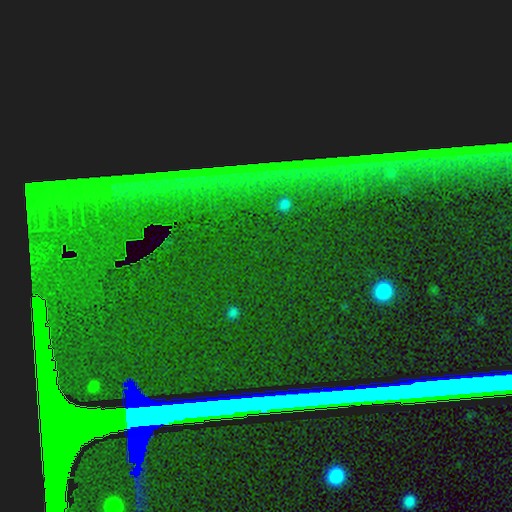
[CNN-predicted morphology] This appears to be a star or artifact, not a galaxy (85%).